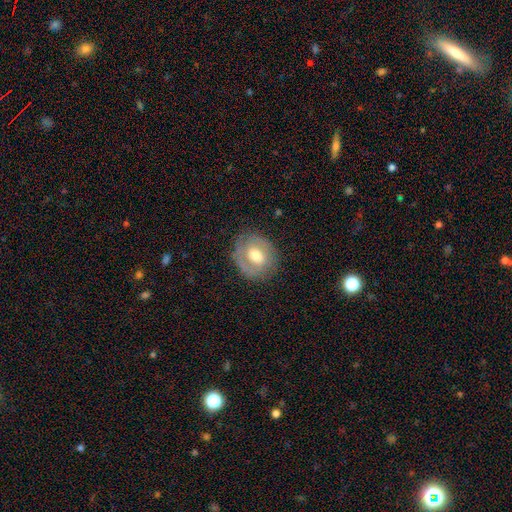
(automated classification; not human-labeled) smooth_or_featured: featured or disk (p=0.55) [alt: smooth p=0.38]
disk_edge_on: no (p=0.96) [alt: yes p=0.04]
bar: no (p=0.46) [alt: weak p=0.41]
has_spiral_arms: yes (p=0.63) [alt: no p=0.37]
bulge_size: moderate (p=0.70) [alt: large p=0.15]
merging: none (p=0.79) [alt: minor disturbance p=0.14]